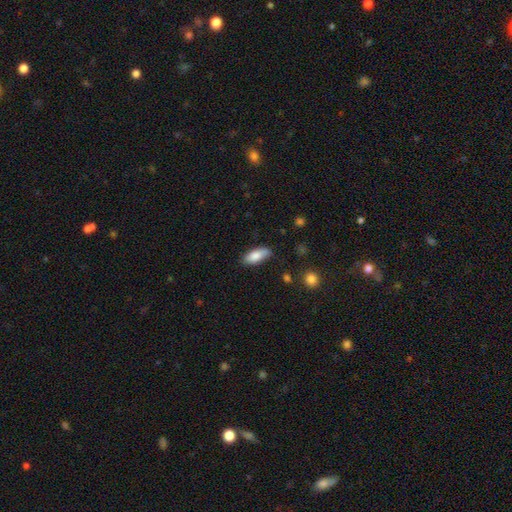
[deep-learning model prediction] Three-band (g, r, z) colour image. It shows a smooth galaxy with no disk features (83%) that is in between round and cigar-shaped (83%). Merging: none (78%).